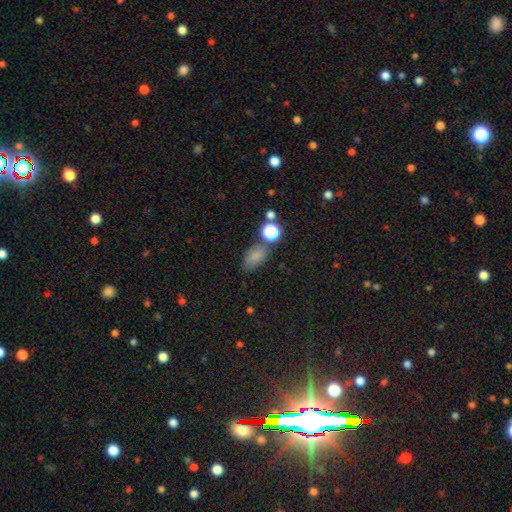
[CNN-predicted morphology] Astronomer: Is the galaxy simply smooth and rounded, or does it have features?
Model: smooth — 75%.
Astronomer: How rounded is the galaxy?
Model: in between — 83%.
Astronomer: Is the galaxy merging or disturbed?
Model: none — 61%.